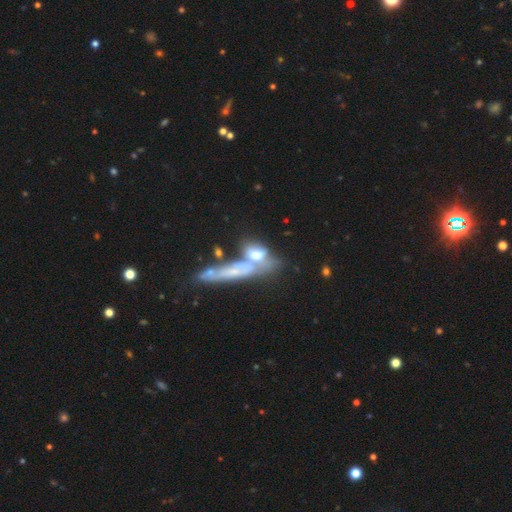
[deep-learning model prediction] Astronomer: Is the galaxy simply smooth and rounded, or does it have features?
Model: smooth — 50% (runner-up: featured or disk, 39%).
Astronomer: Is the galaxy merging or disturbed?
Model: merger — 47% (runner-up: none, 30%).